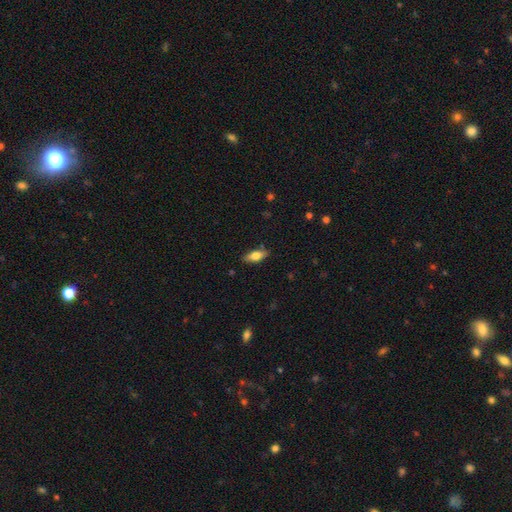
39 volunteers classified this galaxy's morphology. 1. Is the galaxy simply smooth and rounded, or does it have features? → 82% smooth, 13% featured or disk, 5% star or artifact.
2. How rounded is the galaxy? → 88% in between, 9% cigar-shaped, 3% round.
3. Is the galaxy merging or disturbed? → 86% none, 14% minor disturbance, 0% major disturbance, 0% merger.